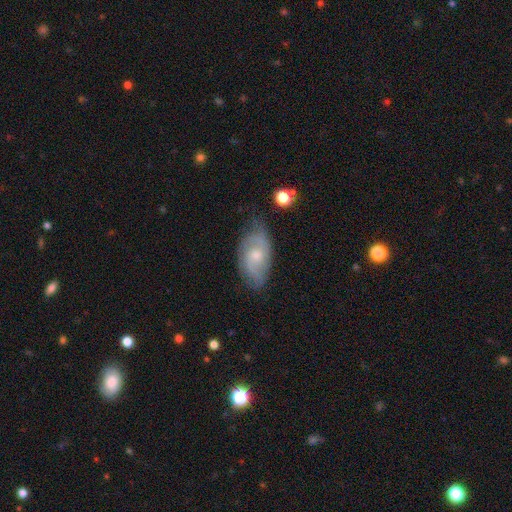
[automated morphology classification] featured or disk 64%, smooth 29%, star or artifact 7%. Down the decision tree: edge-on disk — no (94%); bar — no (66%); spiral arms — yes (88%); spiral arm count — 2 (60%); spiral winding — medium (44%); bulge size — small (52%); merging — none (67%).